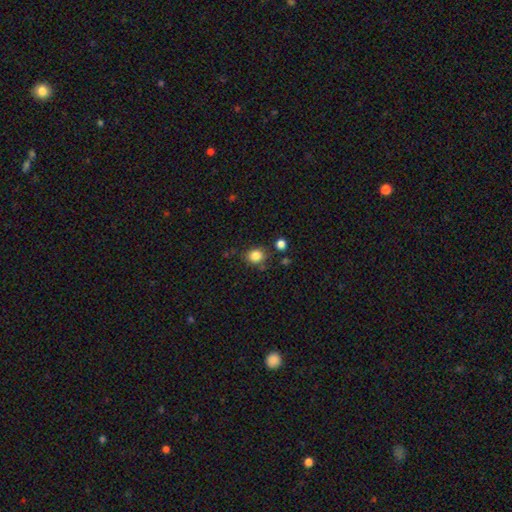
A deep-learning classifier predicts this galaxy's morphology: Smooth or featured? Predicted: smooth (p=0.83). How rounded? Predicted: round (p=0.72). Merging? Predicted: none (p=0.77).